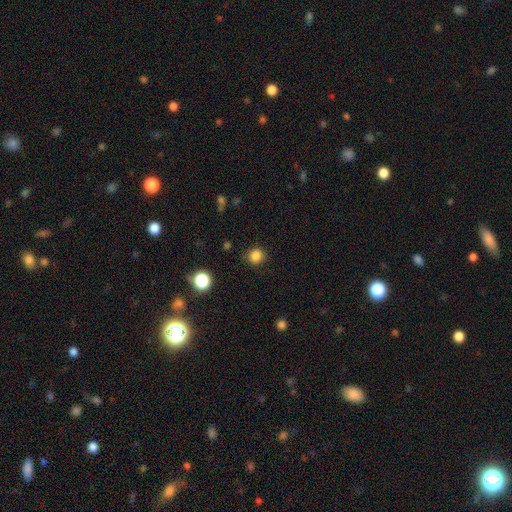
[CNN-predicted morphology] A smooth galaxy with no disk features (84%) that is round (89%). Merging: none (86%).